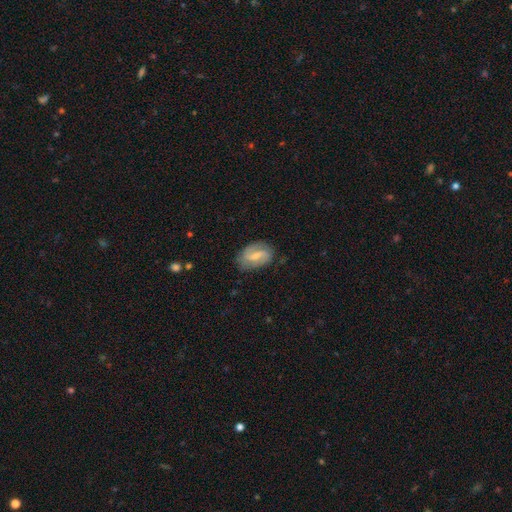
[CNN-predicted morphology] The model was most divided on "spiral winding": medium: 41%, loose: 39%, tight: 19%. More confident: edge-on disk — no (97%); spiral arms — yes (89%); spiral arm count — 2 (85%); merging — none (77%); smooth or featured — featured or disk (69%); bar — weak (53%); bulge size — small (50%).